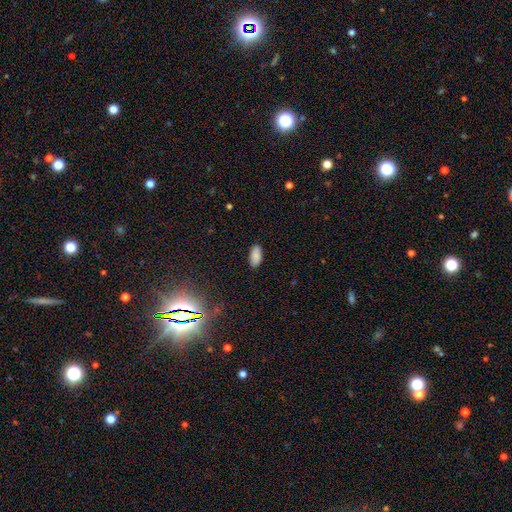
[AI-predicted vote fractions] Smooth or featured: smooth — 87% (star or artifact — 9%)
How rounded: in between — 93% (cigar-shaped — 5%)
Merging: none — 88% (minor disturbance — 9%)